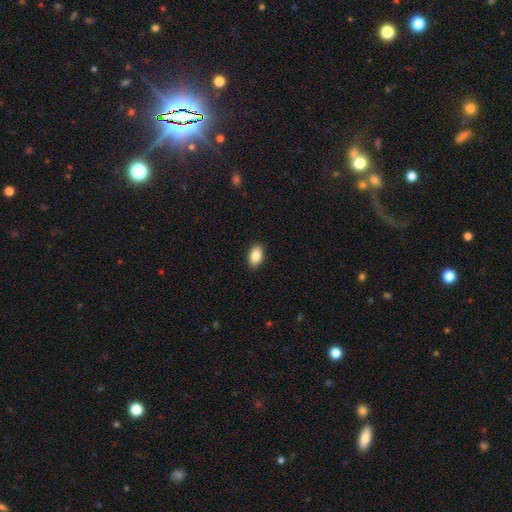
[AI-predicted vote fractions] Overall: smooth (87%). How rounded: in between (93%). Merging: none (90%).